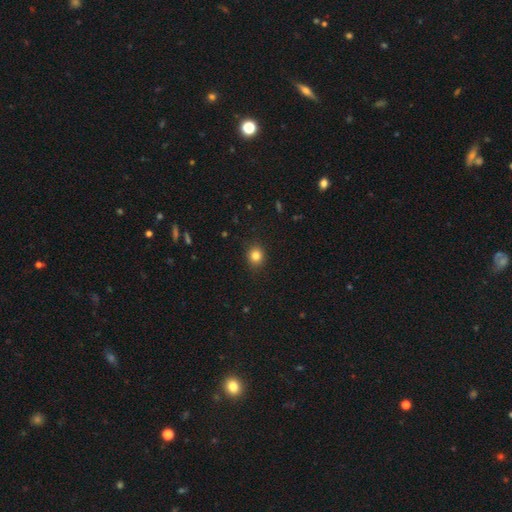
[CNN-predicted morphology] Smooth or featured? Predicted: smooth (p=0.83). How rounded? Predicted: round (p=0.79). Merging? Predicted: none (p=0.89).